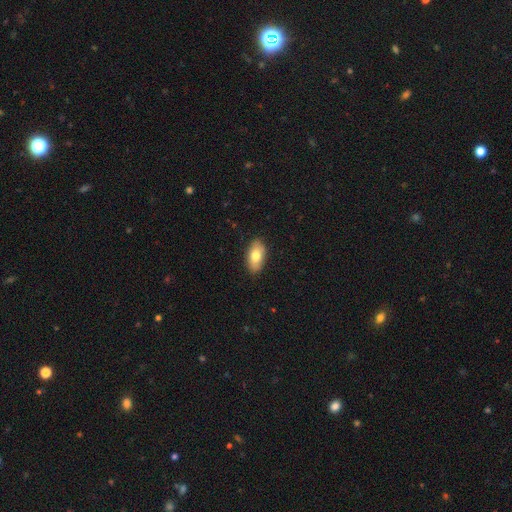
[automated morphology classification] Overall: smooth (77%). How rounded: in between (92%). Merging: none (87%).